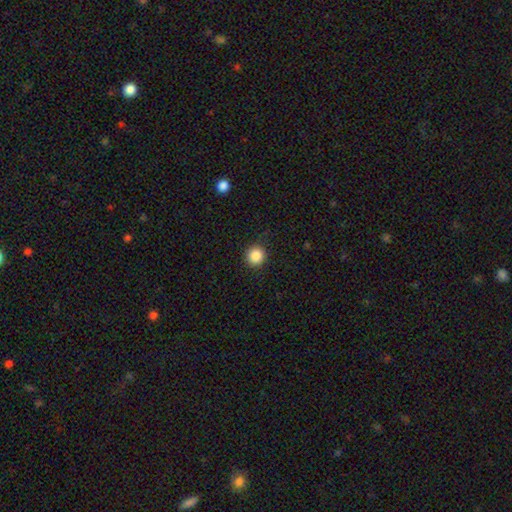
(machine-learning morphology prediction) The model was most divided on "smooth or featured": smooth: 87%, star or artifact: 10%, featured or disk: 3%. More confident: how rounded — round (92%); merging — none (90%).